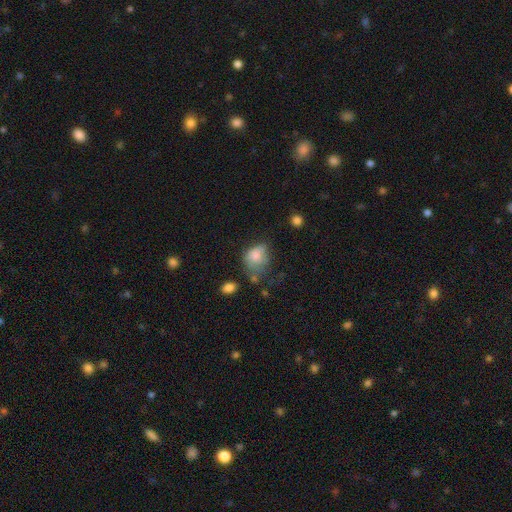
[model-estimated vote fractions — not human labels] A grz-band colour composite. It shows a smooth galaxy with no disk features (72%) that is in between round and cigar-shaped (54%). Merging: minor disturbance (34%).